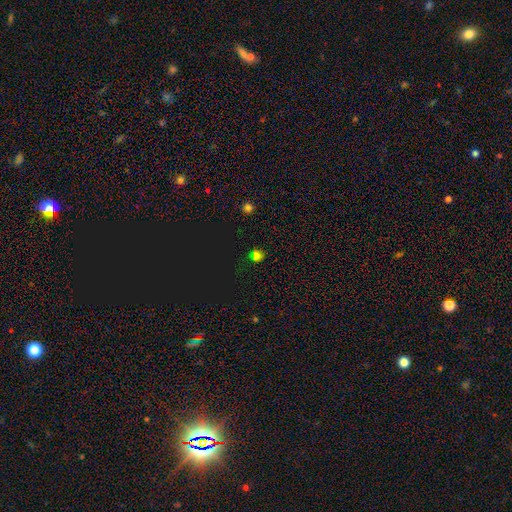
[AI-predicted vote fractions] Q: Smooth or featured?
A: smooth (56%); runner-up: star or artifact (38%)
Q: How rounded?
A: round (75%); runner-up: in between (24%)
Q: Merging?
A: none (78%); runner-up: minor disturbance (14%)